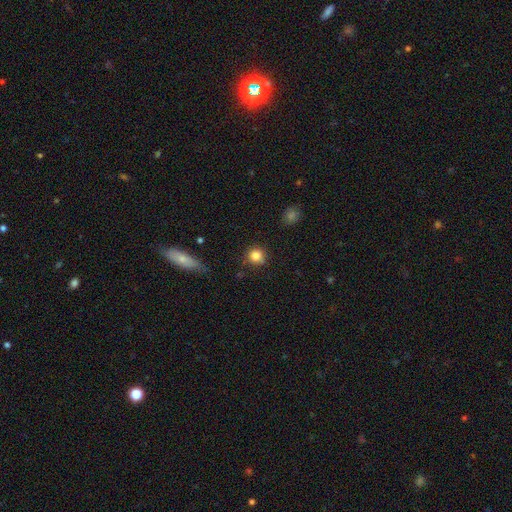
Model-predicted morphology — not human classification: smooth_or_featured: smooth (p=0.84) [alt: star or artifact p=0.10]
how_rounded: round (p=0.90) [alt: in between p=0.09]
merging: none (p=0.81) [alt: minor disturbance p=0.13]